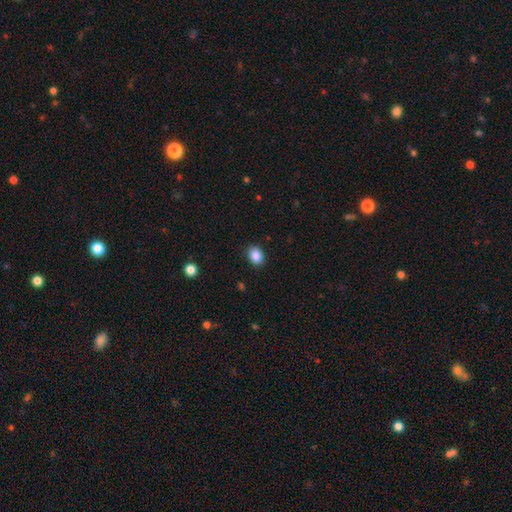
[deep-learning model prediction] A smooth galaxy with no disk features (87%) that is in between round and cigar-shaped (61%).

Vote fractions:
- Smooth or featured? smooth: 87% / star or artifact: 9% / featured or disk: 4%
- How rounded? in between: 61% / round: 38% / cigar-shaped: 1%
- Merging? none: 87% / minor disturbance: 10% / major disturbance: 2% / merger: 1%